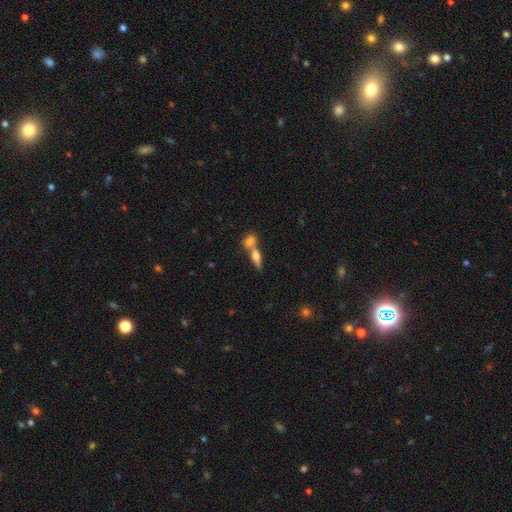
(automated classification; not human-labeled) Smooth or featured?
  - smooth: 57% *
  - featured or disk: 34%
  - star or artifact: 9%
How rounded?
  - in between: 48% *
  - cigar-shaped: 45%
  - round: 7%
Merging?
  - merger: 51% *
  - none: 39%
  - minor disturbance: 7%
  - major disturbance: 3%